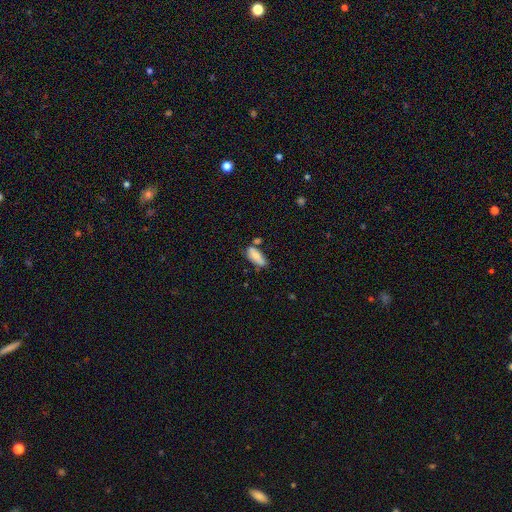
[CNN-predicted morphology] Overall: smooth (74%). How rounded: in between (80%). Merging: none (53%; minor disturbance 24%).